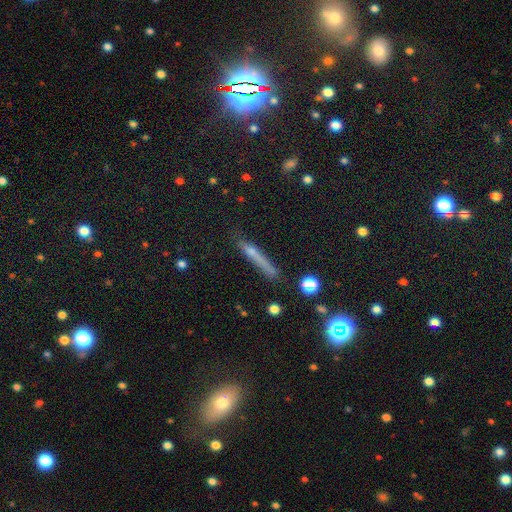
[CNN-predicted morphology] Q: Smooth or featured?
A: smooth (50%); runner-up: featured or disk (31%)
Q: Merging?
A: none (72%); runner-up: minor disturbance (18%)